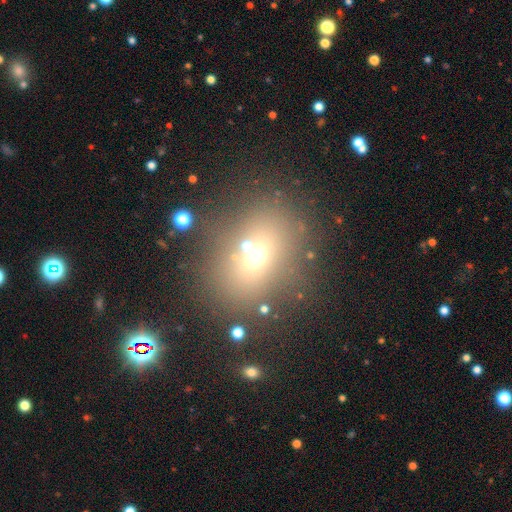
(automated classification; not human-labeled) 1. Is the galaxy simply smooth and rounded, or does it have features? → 59% smooth, 26% star or artifact, 15% featured or disk.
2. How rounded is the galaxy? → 55% round, 43% in between, 2% cigar-shaped.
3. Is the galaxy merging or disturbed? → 69% none, 14% merger, 11% minor disturbance, 6% major disturbance.